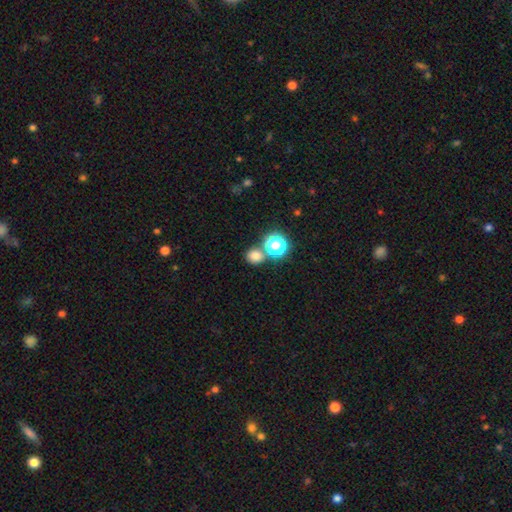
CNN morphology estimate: Q: Smooth or featured?
A: smooth (74%); runner-up: star or artifact (20%)
Q: How rounded?
A: round (81%); runner-up: in between (18%)
Q: Merging?
A: none (69%); runner-up: merger (21%)